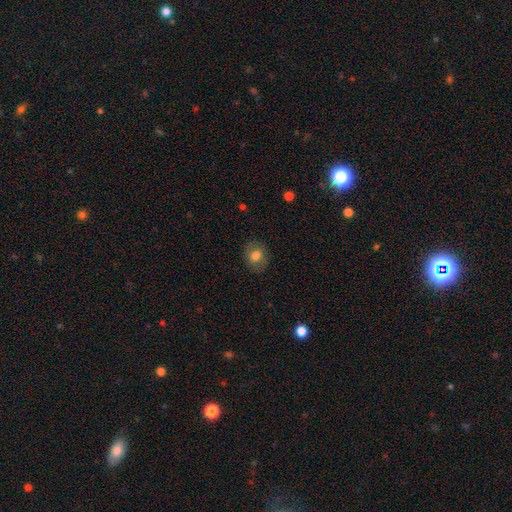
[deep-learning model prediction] smooth_or_featured: smooth (p=0.76) [alt: featured or disk p=0.15]
how_rounded: round (p=0.56) [alt: in between p=0.43]
merging: none (p=0.84) [alt: minor disturbance p=0.11]